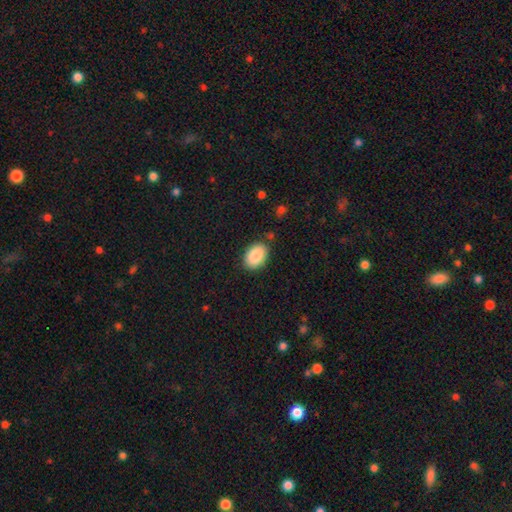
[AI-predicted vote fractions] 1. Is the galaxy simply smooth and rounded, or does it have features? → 88% smooth, 7% star or artifact, 5% featured or disk.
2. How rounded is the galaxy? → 87% in between, 12% round, 1% cigar-shaped.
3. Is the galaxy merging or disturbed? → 84% none, 11% minor disturbance, 3% major disturbance, 2% merger.